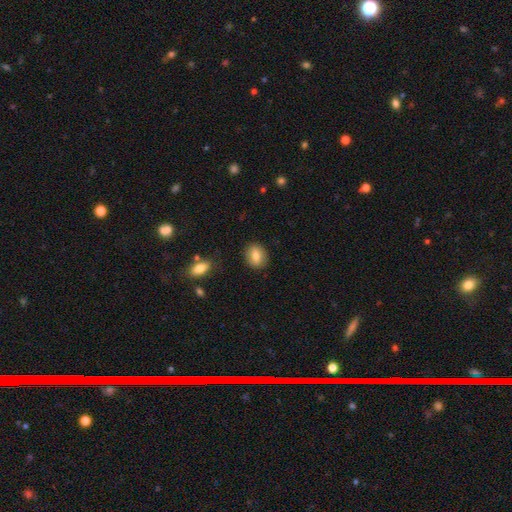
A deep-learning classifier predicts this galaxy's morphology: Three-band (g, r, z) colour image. It shows a smooth galaxy with no disk features (80%) that is in between round and cigar-shaped (58%). Merging: none (86%).